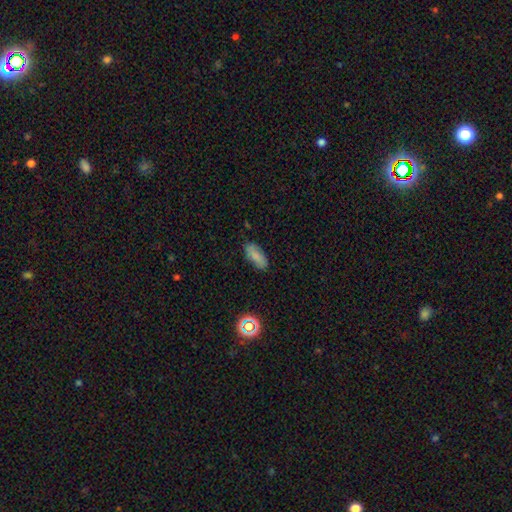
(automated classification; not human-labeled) Morphology: type=smooth (81%); roundness=in between (78%); merging=none (84%).